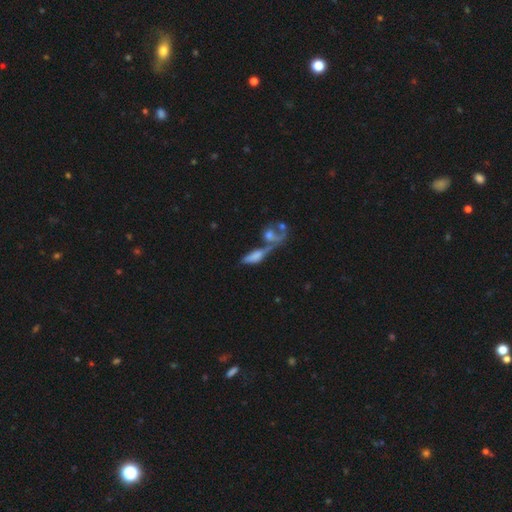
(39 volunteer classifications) A featured or disk galaxy (72%) viewed edge-on (54%) with a rounded central bulge (67%). Merging: merger (74%).